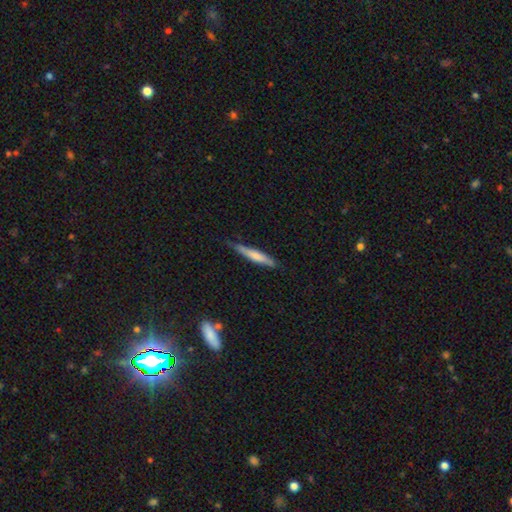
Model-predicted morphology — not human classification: Smooth or featured?
  - smooth: 63% *
  - featured or disk: 31%
  - star or artifact: 5%
How rounded?
  - cigar-shaped: 92% *
  - in between: 7%
  - round: 1%
Merging?
  - none: 73% *
  - minor disturbance: 22%
  - major disturbance: 3%
  - merger: 2%